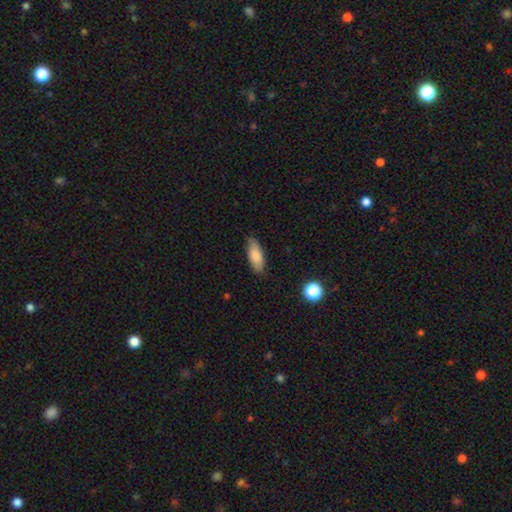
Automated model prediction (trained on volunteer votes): Smooth or featured? smooth (81%)
How rounded? in between (73%)
Merging? none (84%)